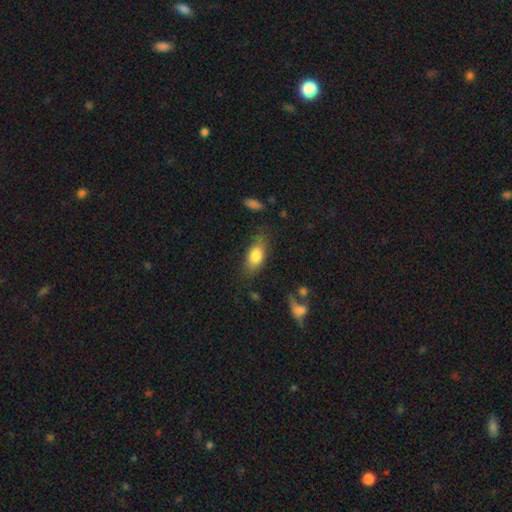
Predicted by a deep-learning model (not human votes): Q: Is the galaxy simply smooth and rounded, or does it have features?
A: smooth — 78%.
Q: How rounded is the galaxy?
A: in between — 83%.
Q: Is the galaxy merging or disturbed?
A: none — 73%.